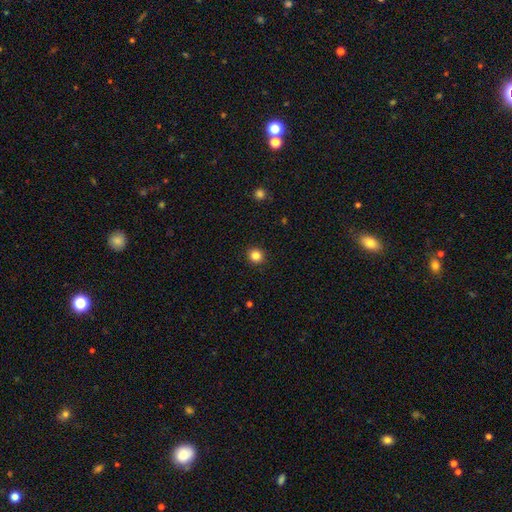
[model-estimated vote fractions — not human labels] Morphology: type=smooth (84%); roundness=round (91%); merging=none (92%).